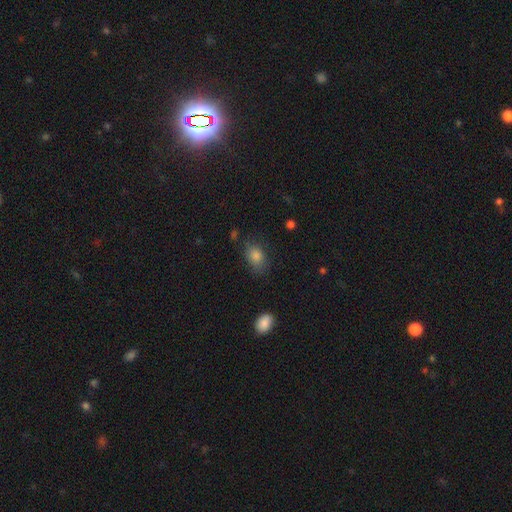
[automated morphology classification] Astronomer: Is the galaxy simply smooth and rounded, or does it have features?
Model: smooth — 80%.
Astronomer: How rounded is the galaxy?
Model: in between — 74%.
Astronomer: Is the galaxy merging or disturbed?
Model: none — 68%.